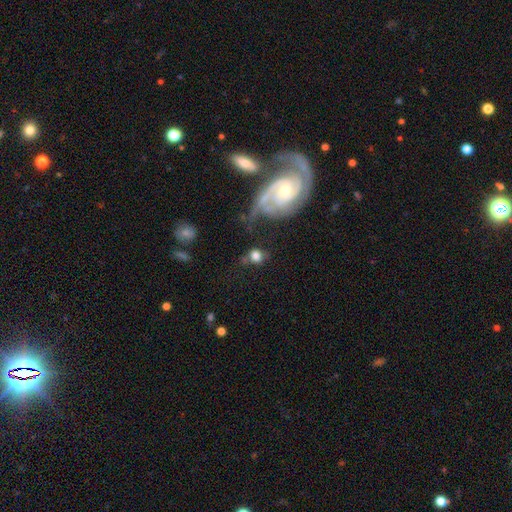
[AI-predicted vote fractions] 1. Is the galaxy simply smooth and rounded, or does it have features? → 63% smooth, 26% featured or disk, 12% star or artifact.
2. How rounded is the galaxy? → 71% round, 27% in between, 2% cigar-shaped.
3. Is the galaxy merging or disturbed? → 48% none, 20% minor disturbance, 17% major disturbance, 15% merger.